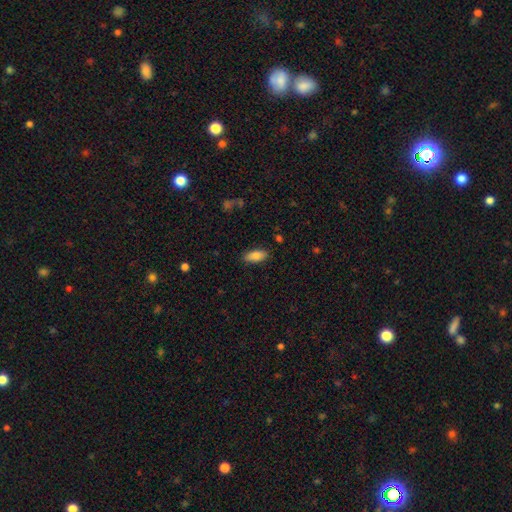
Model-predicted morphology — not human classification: The model was most divided on "how rounded": in between: 85%, cigar-shaped: 13%, round: 2%. More confident: merging — none (87%); smooth or featured — smooth (83%).